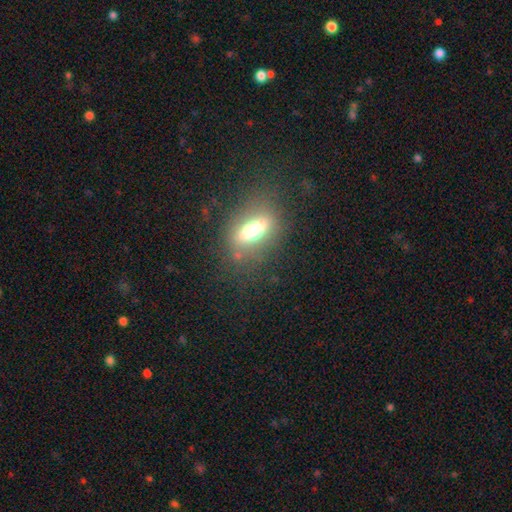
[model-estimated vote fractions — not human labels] A smooth galaxy with no disk features (41%). Merging: none (80%).